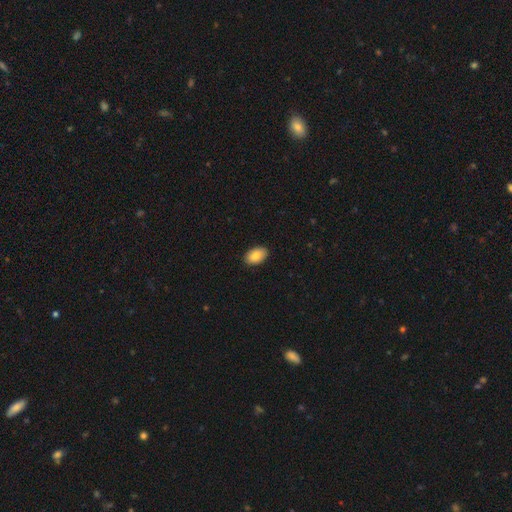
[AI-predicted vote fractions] Smooth or featured? smooth (85%)
How rounded? in between (91%)
Merging? none (90%)